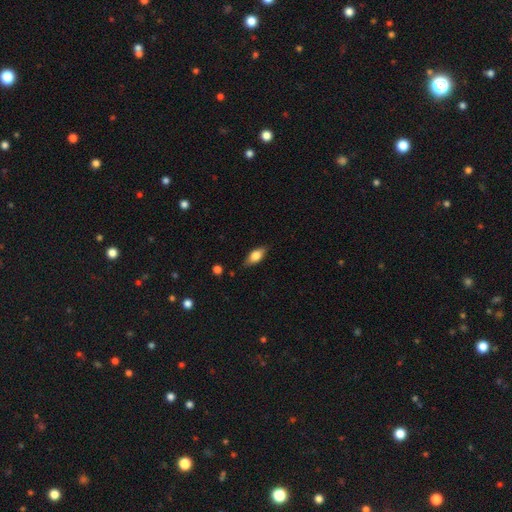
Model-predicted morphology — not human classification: smooth-or-featured: smooth: 73% | featured or disk: 20% | star or artifact: 7%
  how-rounded: in between: 83% | cigar-shaped: 13% | round: 4%
  merging: none: 81% | minor disturbance: 15% | major disturbance: 3% | merger: 1%